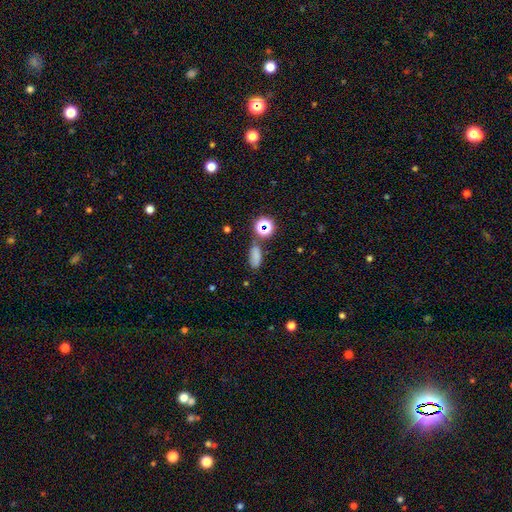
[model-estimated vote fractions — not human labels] A smooth galaxy with no disk features (72%) that is in between round and cigar-shaped (77%). Merging: none (71%).